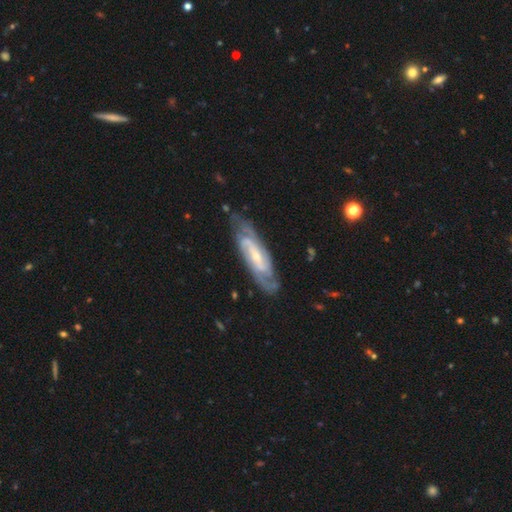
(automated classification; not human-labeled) Q: Smooth or featured?
A: featured or disk (87%); runner-up: smooth (8%)
Q: Edge-on disk?
A: no (87%); runner-up: yes (13%)
Q: Bar?
A: weak (41%); runner-up: no (33%)
Q: Spiral arms?
A: yes (96%); runner-up: no (4%)
Q: Spiral winding?
A: tight (51%); runner-up: medium (39%)
Q: Spiral arm count?
A: 2 (55%); runner-up: can't tell (20%)
Q: Bulge size?
A: small (64%); runner-up: moderate (31%)
Q: Merging?
A: none (75%); runner-up: minor disturbance (18%)